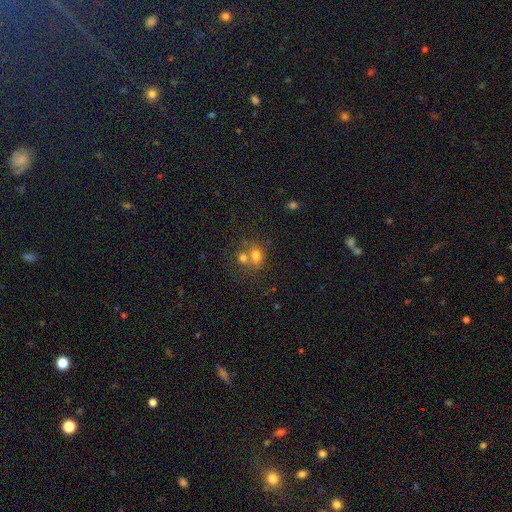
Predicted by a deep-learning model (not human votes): Q: Smooth or featured?
A: smooth (71%); runner-up: star or artifact (15%)
Q: How rounded?
A: round (59%); runner-up: in between (40%)
Q: Merging?
A: merger (54%); runner-up: none (33%)